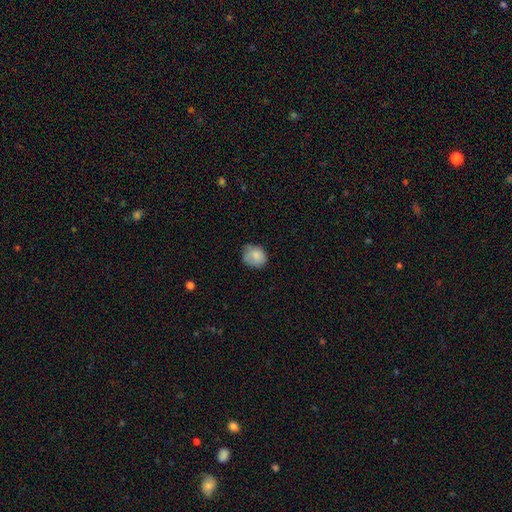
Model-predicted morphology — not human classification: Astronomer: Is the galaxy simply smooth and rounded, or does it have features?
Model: smooth — 83%.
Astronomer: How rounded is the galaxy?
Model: round — 57% (runner-up: in between, 42%).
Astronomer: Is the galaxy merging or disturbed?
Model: none — 64%.